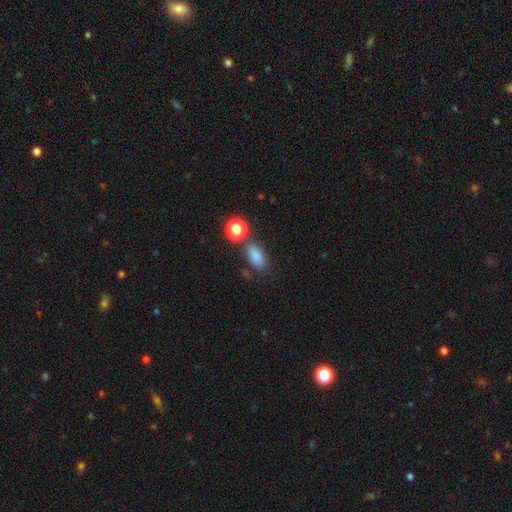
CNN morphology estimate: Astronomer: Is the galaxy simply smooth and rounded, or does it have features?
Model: smooth — 84%.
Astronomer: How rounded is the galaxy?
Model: in between — 86%.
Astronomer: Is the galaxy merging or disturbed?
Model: none — 71%.